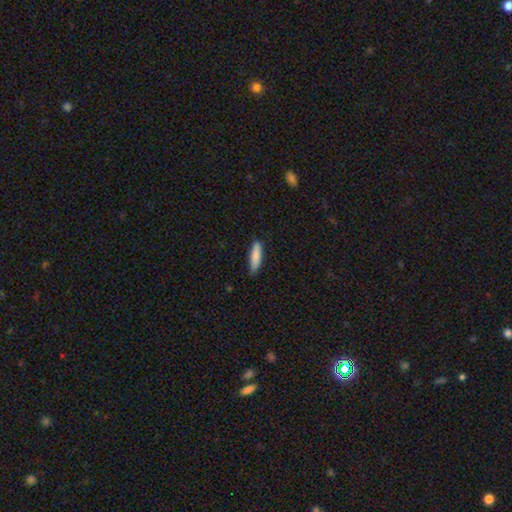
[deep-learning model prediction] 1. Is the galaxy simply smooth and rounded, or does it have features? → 86% smooth, 8% featured or disk, 6% star or artifact.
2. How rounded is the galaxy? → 66% cigar-shaped, 32% in between, 1% round.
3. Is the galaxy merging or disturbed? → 81% none, 16% minor disturbance, 2% major disturbance, 1% merger.